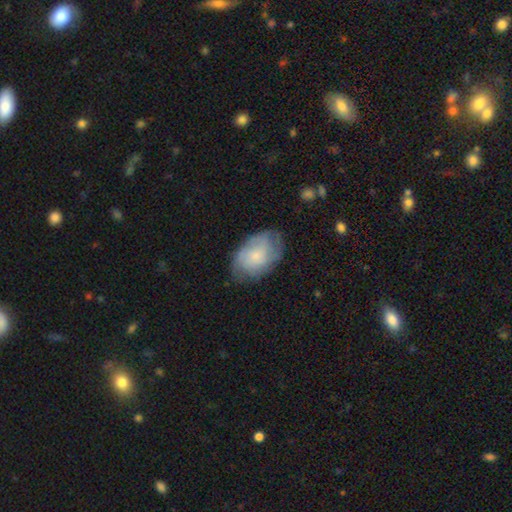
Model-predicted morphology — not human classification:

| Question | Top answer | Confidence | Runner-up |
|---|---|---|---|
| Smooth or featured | smooth | 51% | featured or disk (42%) |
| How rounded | in between | 89% | round (10%) |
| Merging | none | 67% | minor disturbance (24%) |